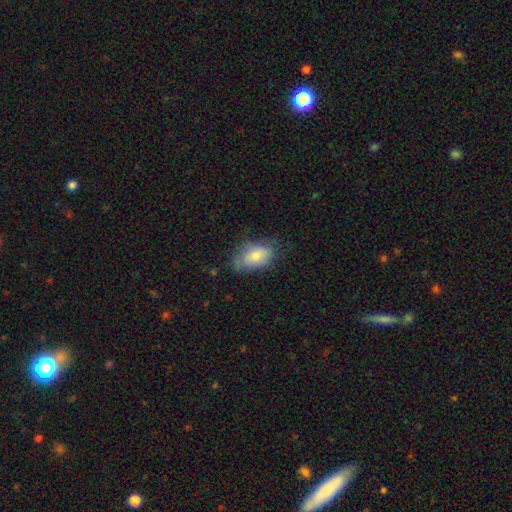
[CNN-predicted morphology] Q: Smooth or featured?
A: smooth (77%); runner-up: featured or disk (15%)
Q: How rounded?
A: in between (91%); runner-up: round (7%)
Q: Merging?
A: none (63%); runner-up: minor disturbance (28%)